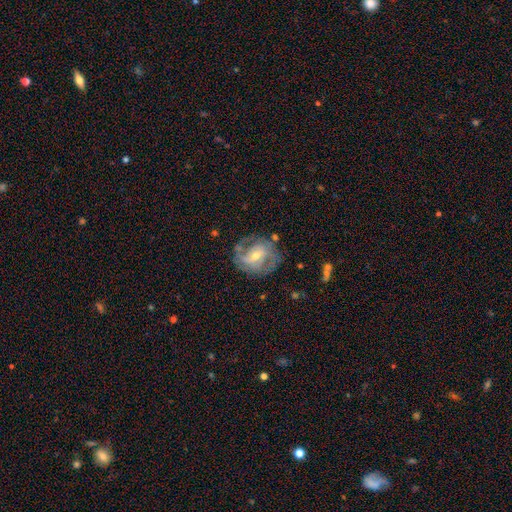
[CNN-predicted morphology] type=featured or disk (74%); edge-on=no (96%); bar=weak (47%); spiral arms=yes (81%); winding=medium (42%); arm count=2 (54%); bulge=moderate (54%); merging=none (62%).